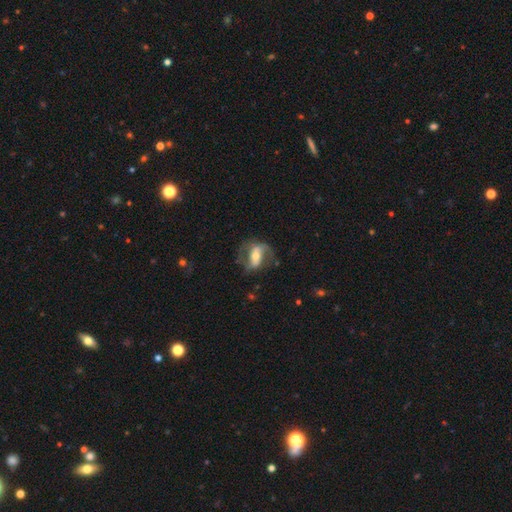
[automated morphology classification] A featured or disk galaxy (73%) with a strong bar (46%), 2 (81%) medium (44%) spiral arms (84%) and a moderate central bulge (57%). Merging: none (61%).